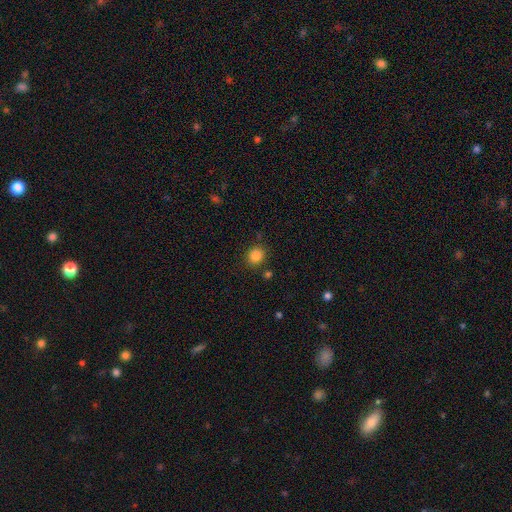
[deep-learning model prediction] Smooth or featured? smooth (84%)
How rounded? round (81%)
Merging? none (84%)